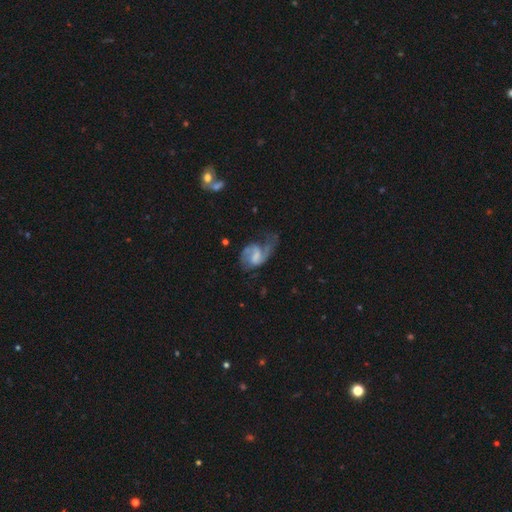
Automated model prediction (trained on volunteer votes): The model was most divided on "spiral winding": loose: 45%, medium: 41%, tight: 14%. Remaining: edge-on disk — no (97%); spiral arms — yes (88%); smooth or featured — featured or disk (72%); spiral arm count — 2 (64%); bar — weak (49%); merging — major disturbance (43%); bulge size — none (41%).